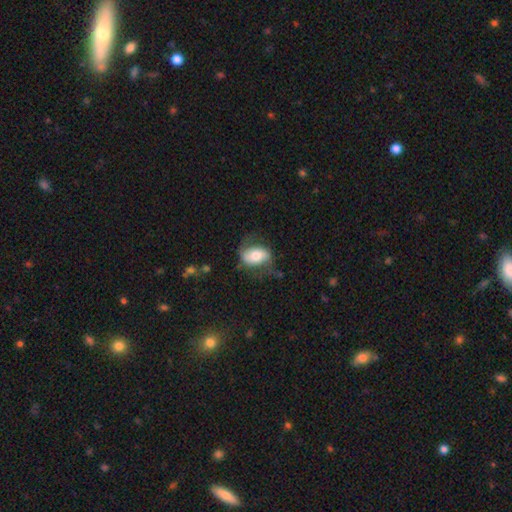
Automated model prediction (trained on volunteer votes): This appears to be a smooth galaxy with no disk features (53%) that is in between round and cigar-shaped (85%). Merging: none (57%).